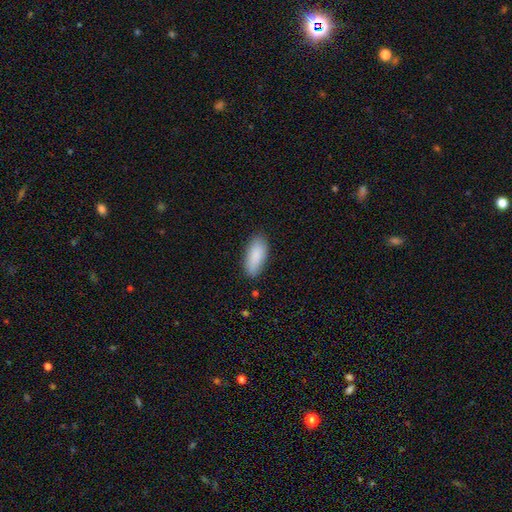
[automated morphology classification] Overall: smooth (88%). How rounded: in between (86%). Merging: none (84%).